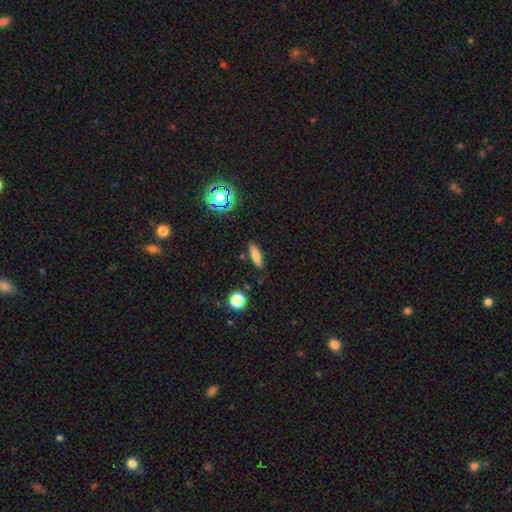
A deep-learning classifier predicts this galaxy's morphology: Q: Smooth or featured?
A: smooth (75%); runner-up: featured or disk (13%)
Q: How rounded?
A: cigar-shaped (50%); runner-up: in between (46%)
Q: Merging?
A: none (81%); runner-up: minor disturbance (13%)